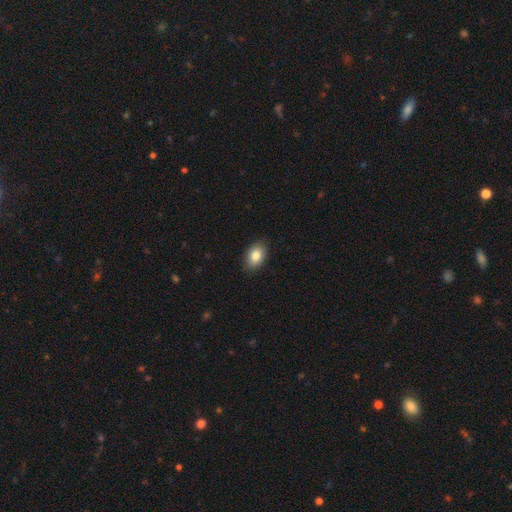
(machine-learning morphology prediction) smooth 83%, featured or disk 9%, star or artifact 8%. Down the decision tree: how rounded — in between (88%); merging — none (87%).